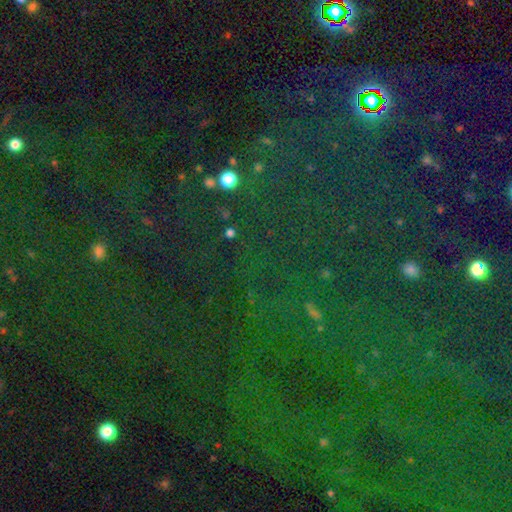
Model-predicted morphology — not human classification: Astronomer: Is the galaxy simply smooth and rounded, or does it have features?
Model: star or artifact — 80%.